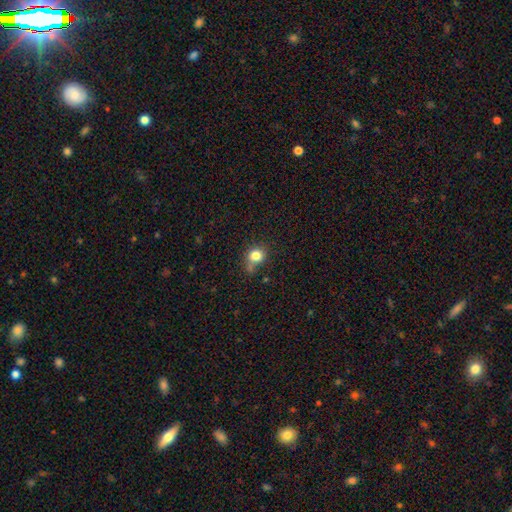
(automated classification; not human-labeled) Q: Smooth or featured?
A: smooth (82%); runner-up: star or artifact (12%)
Q: How rounded?
A: round (77%); runner-up: in between (22%)
Q: Merging?
A: none (62%); runner-up: minor disturbance (19%)